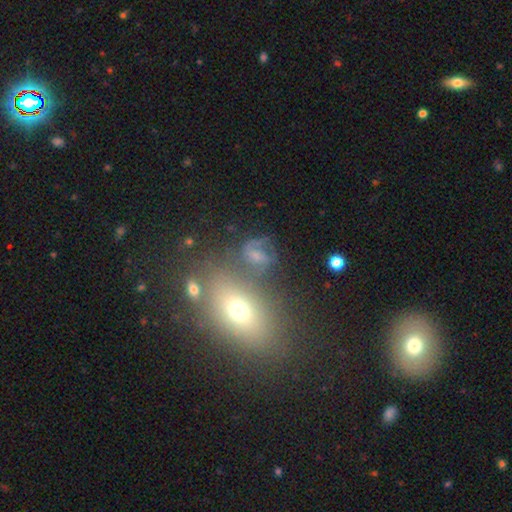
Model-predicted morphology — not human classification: This is possibly a featured or disk galaxy (46%). Merging: possibly none (48%).